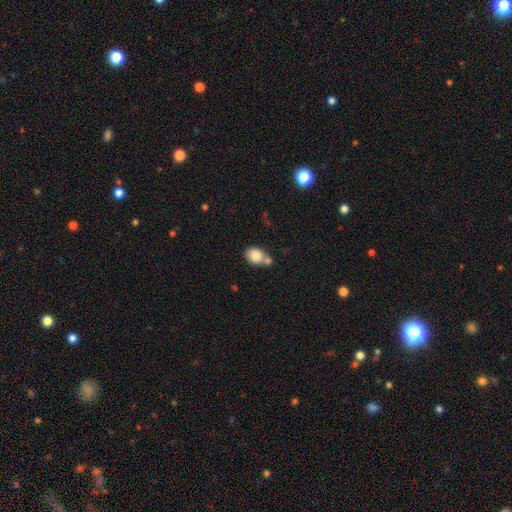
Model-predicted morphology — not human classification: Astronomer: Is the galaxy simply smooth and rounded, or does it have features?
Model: smooth — 85%.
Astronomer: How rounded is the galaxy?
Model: in between — 50% (runner-up: round, 49%).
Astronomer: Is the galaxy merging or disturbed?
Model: none — 47% (runner-up: merger, 36%).